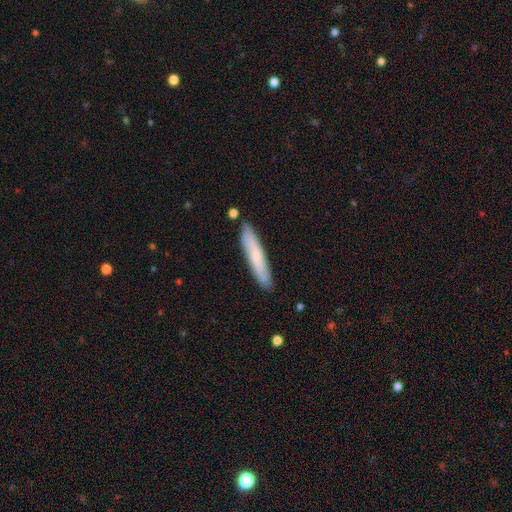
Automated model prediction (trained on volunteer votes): A smooth galaxy with no disk features (69%) that is cigar-shaped (91%). Merging: none (87%).